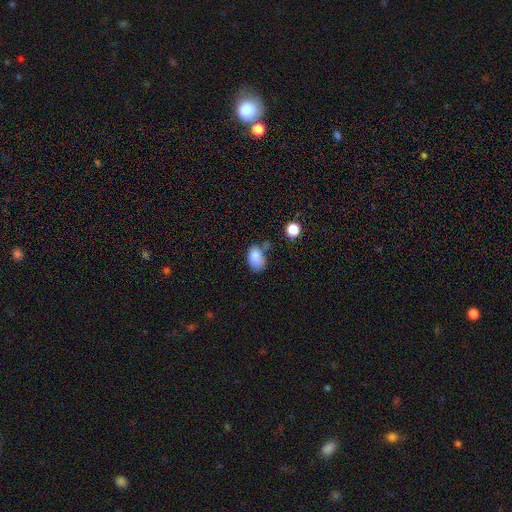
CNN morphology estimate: A smooth galaxy with no disk features (82%) that is in between round and cigar-shaped (84%).

Vote fractions:
- Smooth or featured? smooth: 82% / star or artifact: 9% / featured or disk: 9%
- How rounded? in between: 84% / round: 14% / cigar-shaped: 1%
- Merging? none: 44% / minor disturbance: 29% / merger: 15% / major disturbance: 12%